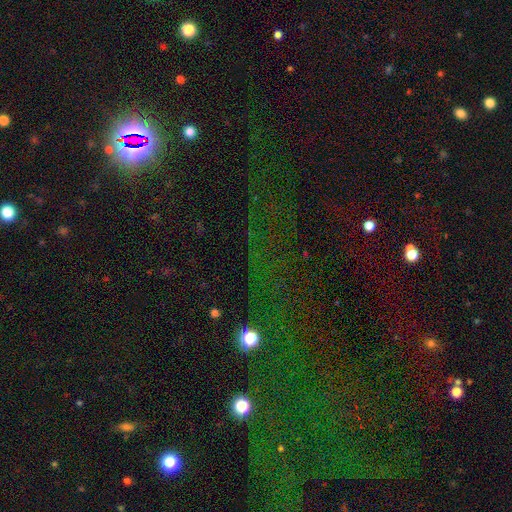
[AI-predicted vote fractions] A star or artifact, not a galaxy (81%).